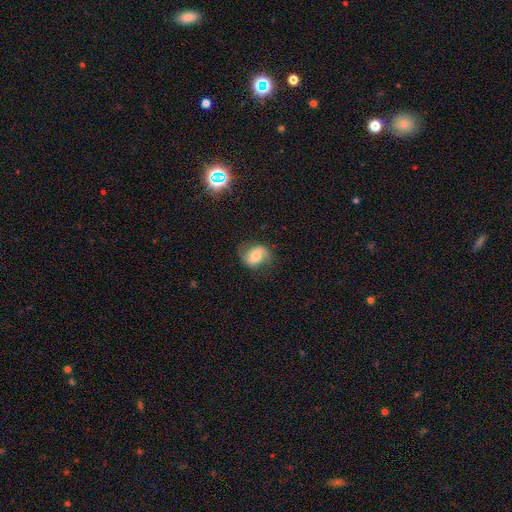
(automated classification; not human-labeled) Smooth or featured: featured or disk — 62% (smooth — 29%)
Edge-on disk: no — 97% (yes — 3%)
Bar: no — 50% (weak — 37%)
Spiral arms: yes — 90% (no — 10%)
Spiral winding: loose — 44% (medium — 40%)
Spiral arm count: 2 — 87% (can't tell — 6%)
Bulge size: moderate — 56% (small — 29%)
Merging: none — 71% (minor disturbance — 20%)